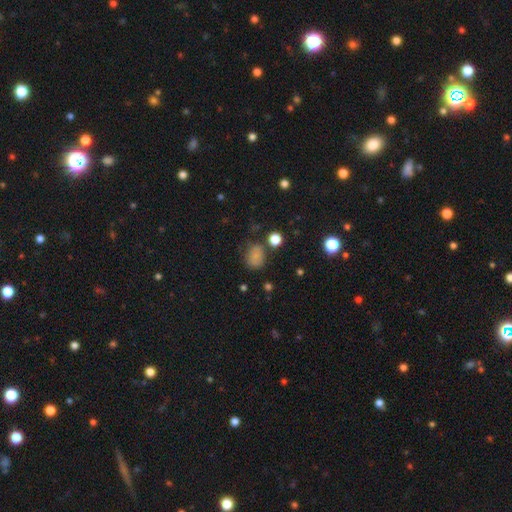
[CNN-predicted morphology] Q: Smooth or featured?
A: smooth (75%); runner-up: star or artifact (15%)
Q: How rounded?
A: round (50%); runner-up: in between (49%)
Q: Merging?
A: none (64%); runner-up: minor disturbance (22%)